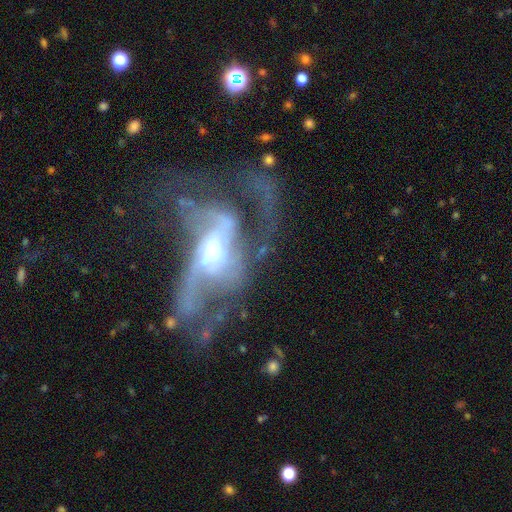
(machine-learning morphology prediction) The model was most divided on "spiral winding": loose: 46%, medium: 38%, tight: 16%. Remaining: edge-on disk — no (94%); smooth or featured — featured or disk (83%); spiral arms — yes (81%); bulge size — moderate (62%); merging — major disturbance (52%); bar — no (46%); spiral arm count — 2 (35%).